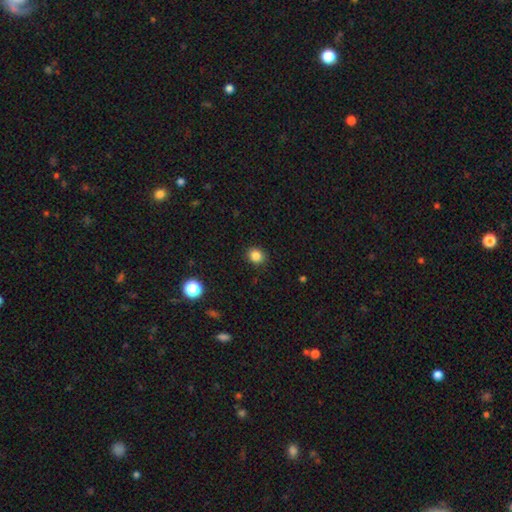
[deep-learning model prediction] smooth_or_featured: smooth (p=0.85) [alt: star or artifact p=0.12]
how_rounded: round (p=0.79) [alt: in between p=0.21]
merging: none (p=0.89) [alt: minor disturbance p=0.08]